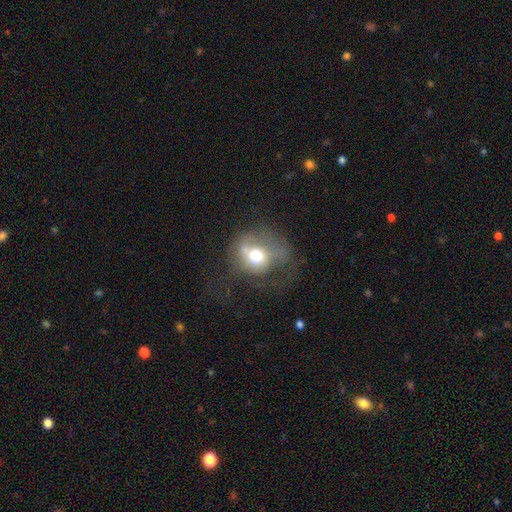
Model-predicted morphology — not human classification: smooth_or_featured: smooth (p=0.55) [alt: featured or disk p=0.33]
how_rounded: round (p=0.72) [alt: in between p=0.27]
merging: major disturbance (p=0.40) [alt: none p=0.32]